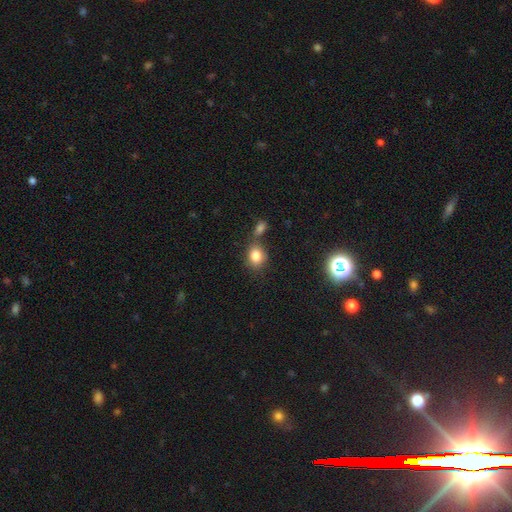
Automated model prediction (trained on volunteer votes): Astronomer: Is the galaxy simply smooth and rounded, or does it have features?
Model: smooth — 83%.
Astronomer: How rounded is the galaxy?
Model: round — 53% (runner-up: in between, 46%).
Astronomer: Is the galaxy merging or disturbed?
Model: none — 57%.